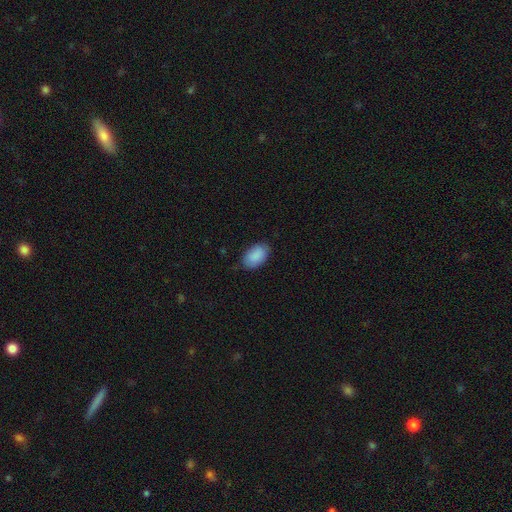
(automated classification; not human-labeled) smooth 90%, star or artifact 6%, featured or disk 4%. Down the decision tree: how rounded — in between (94%); merging — none (81%).